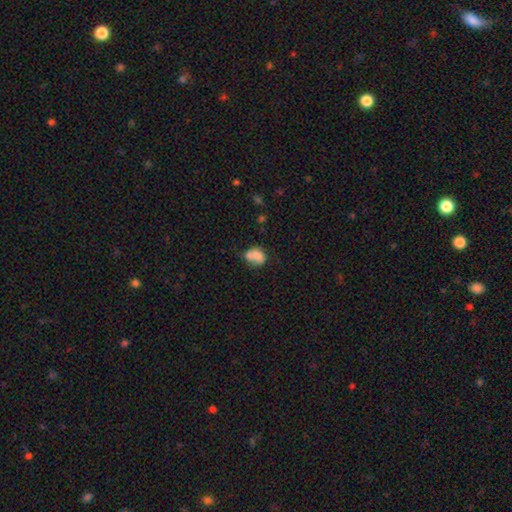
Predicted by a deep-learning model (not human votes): smooth-or-featured: smooth: 74% | featured or disk: 17% | star or artifact: 10%
  how-rounded: in between: 62% | round: 37% | cigar-shaped: 1%
  merging: merger: 42% | none: 30% | minor disturbance: 19% | major disturbance: 9%